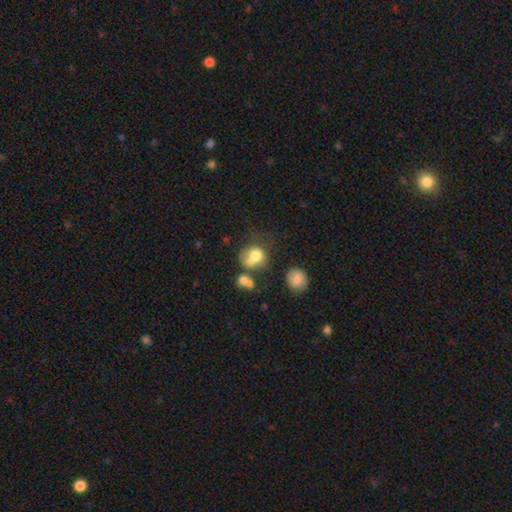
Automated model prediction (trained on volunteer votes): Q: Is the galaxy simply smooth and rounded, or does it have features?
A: smooth — 69%.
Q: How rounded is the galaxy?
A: round — 63%.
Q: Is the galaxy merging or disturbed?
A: merger — 35%.